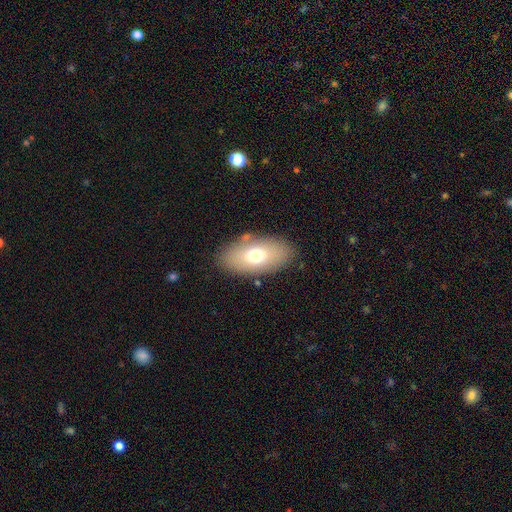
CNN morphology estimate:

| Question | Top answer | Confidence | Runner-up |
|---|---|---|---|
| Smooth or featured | smooth | 68% | featured or disk (23%) |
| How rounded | in between | 91% | round (6%) |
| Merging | none | 83% | minor disturbance (11%) |